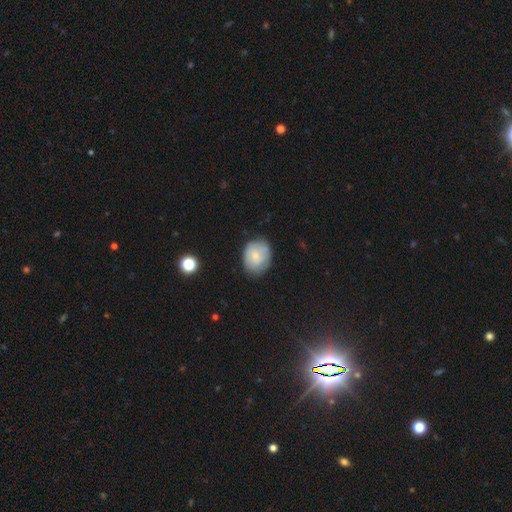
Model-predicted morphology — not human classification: A smooth galaxy with no disk features (66%) that is round (50%).

Vote fractions:
- Smooth or featured? smooth: 66% / featured or disk: 26% / star or artifact: 8%
- How rounded? round: 50% / in between: 49% / cigar-shaped: 1%
- Merging? none: 71% / minor disturbance: 22% / major disturbance: 5% / merger: 2%